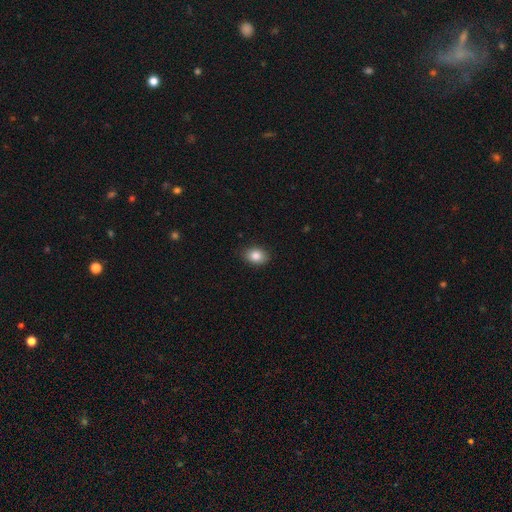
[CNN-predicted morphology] Smooth or featured: smooth — 86% (star or artifact — 9%)
How rounded: in between — 69% (round — 30%)
Merging: none — 87% (minor disturbance — 10%)